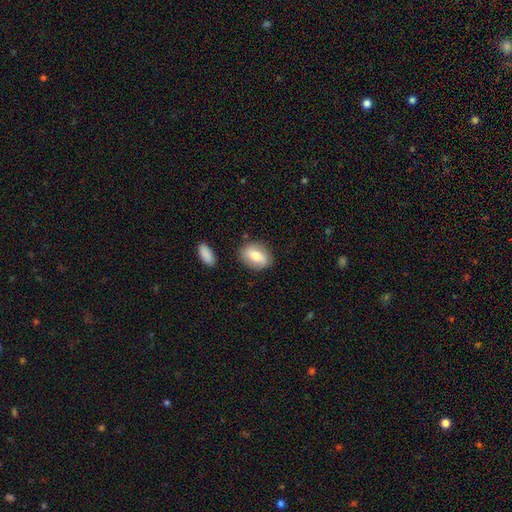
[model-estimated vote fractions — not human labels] smooth-or-featured: smooth: 68% | featured or disk: 25% | star or artifact: 7%
  how-rounded: in between: 75% | round: 22% | cigar-shaped: 3%
  merging: none: 81% | minor disturbance: 12% | merger: 3% | major disturbance: 3%